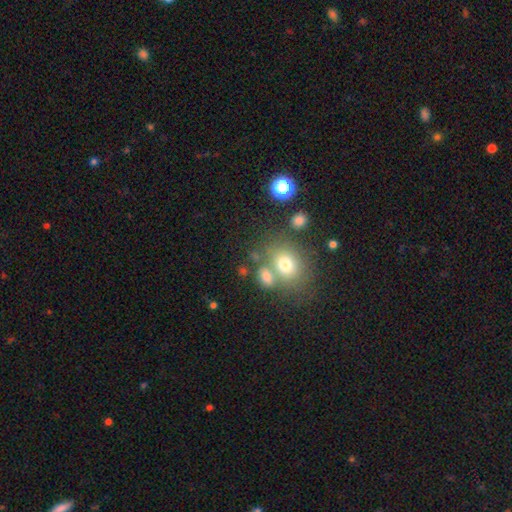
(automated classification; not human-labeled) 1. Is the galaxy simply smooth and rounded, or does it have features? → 68% smooth, 17% star or artifact, 15% featured or disk.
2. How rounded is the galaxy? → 53% round, 46% in between, 1% cigar-shaped.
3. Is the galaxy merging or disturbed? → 53% none, 29% merger, 12% minor disturbance, 6% major disturbance.